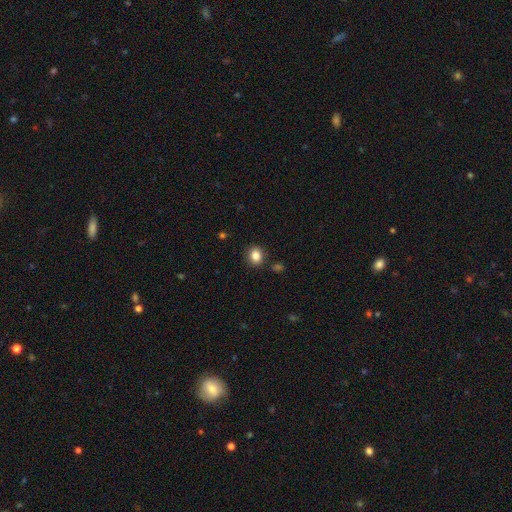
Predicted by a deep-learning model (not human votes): Overall: smooth (85%). How rounded: round (56%; in between 43%). Merging: none (86%).